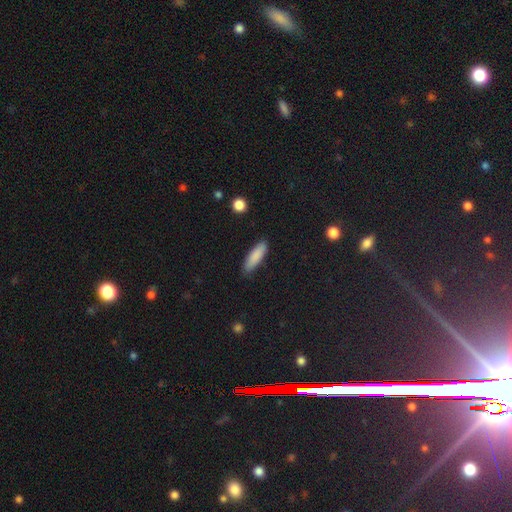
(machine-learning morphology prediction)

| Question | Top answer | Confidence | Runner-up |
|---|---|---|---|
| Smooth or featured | smooth | 86% | featured or disk (8%) |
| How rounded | cigar-shaped | 60% | in between (39%) |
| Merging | none | 85% | minor disturbance (12%) |